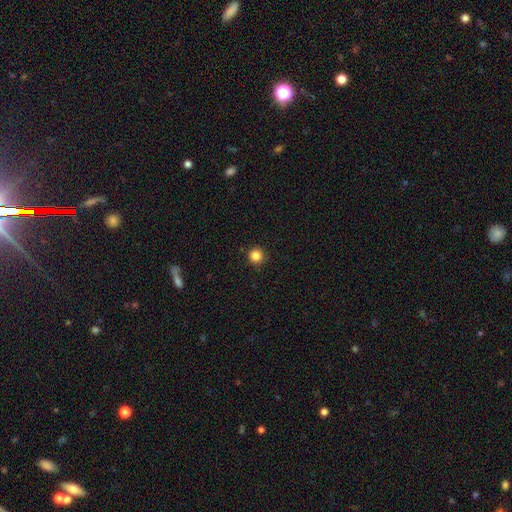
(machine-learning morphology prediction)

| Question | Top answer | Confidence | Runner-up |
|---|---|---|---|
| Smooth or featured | smooth | 85% | star or artifact (12%) |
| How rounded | round | 96% | in between (3%) |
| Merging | none | 92% | minor disturbance (5%) |